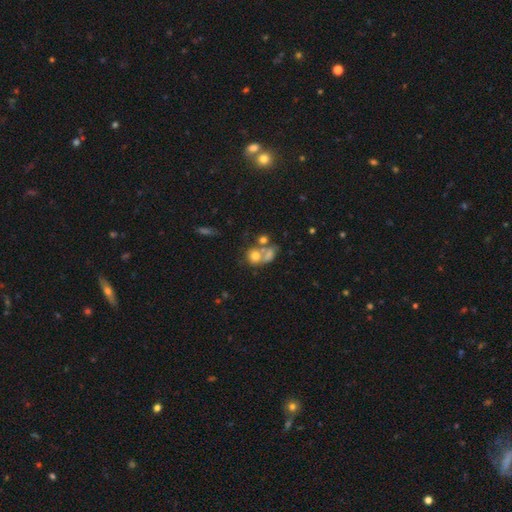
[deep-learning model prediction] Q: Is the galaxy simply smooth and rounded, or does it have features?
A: smooth — 64%.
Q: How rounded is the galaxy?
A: round — 68%.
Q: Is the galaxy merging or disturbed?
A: merger — 51%.